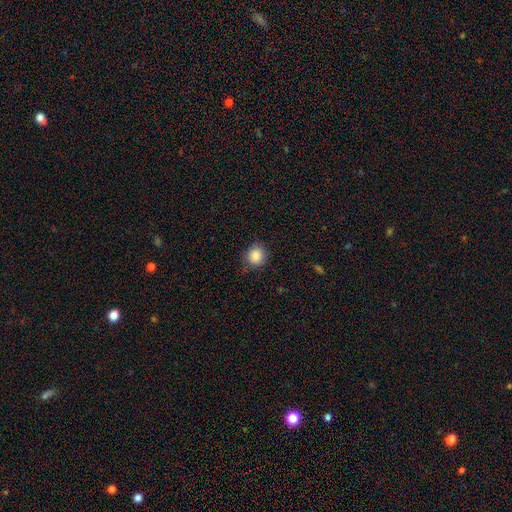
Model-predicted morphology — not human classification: Smooth or featured: smooth — 87% (star or artifact — 9%)
How rounded: round — 79% (in between — 20%)
Merging: none — 77% (minor disturbance — 18%)